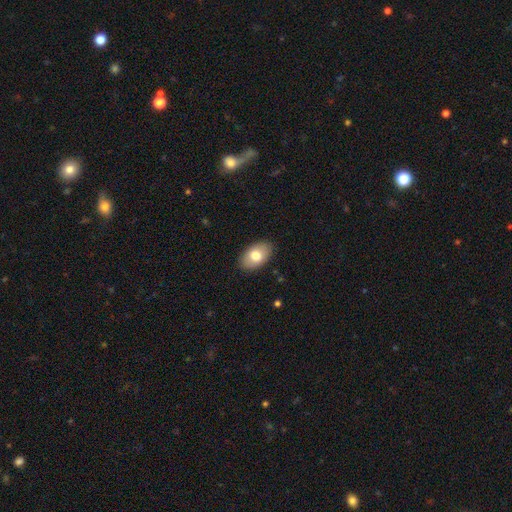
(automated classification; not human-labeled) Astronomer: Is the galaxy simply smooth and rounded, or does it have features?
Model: smooth — 77%.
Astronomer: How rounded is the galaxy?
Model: in between — 92%.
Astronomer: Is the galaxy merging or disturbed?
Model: none — 87%.